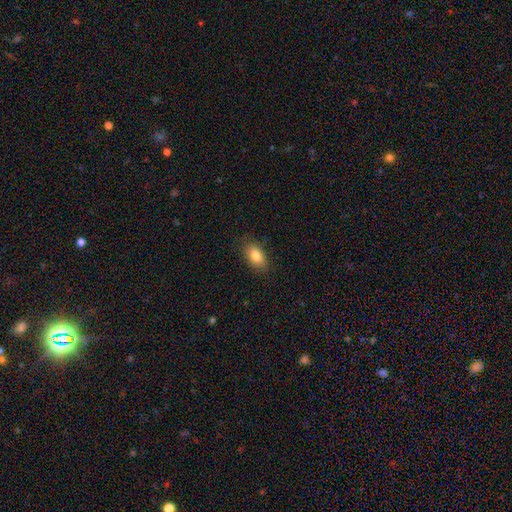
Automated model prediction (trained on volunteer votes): Smooth or featured: smooth — 83% (featured or disk — 9%)
How rounded: in between — 90% (round — 7%)
Merging: none — 84% (minor disturbance — 12%)